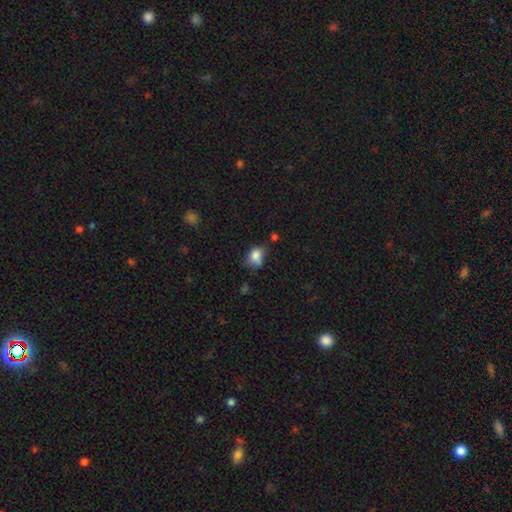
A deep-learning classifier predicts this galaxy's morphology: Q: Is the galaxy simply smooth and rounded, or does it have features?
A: smooth — 80%.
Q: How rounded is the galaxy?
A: in between — 58%.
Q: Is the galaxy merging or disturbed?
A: none — 41%.